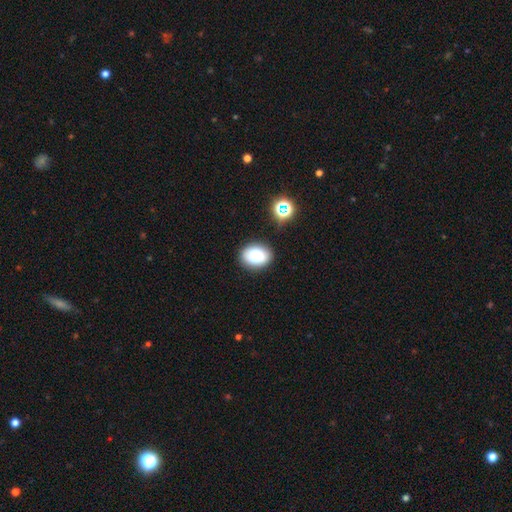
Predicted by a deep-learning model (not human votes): Smooth or featured? smooth (83%)
How rounded? in between (71%)
Merging? none (85%)